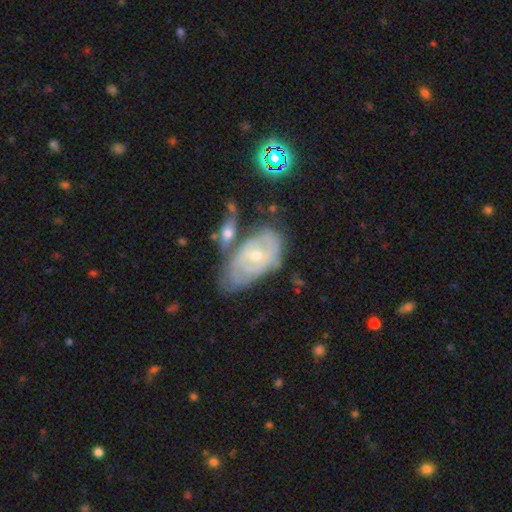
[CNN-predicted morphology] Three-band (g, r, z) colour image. It shows a featured or disk galaxy (69%) with no bar (70%), spiral arms (74%) and a small central bulge (57%). Merging: none (39%).